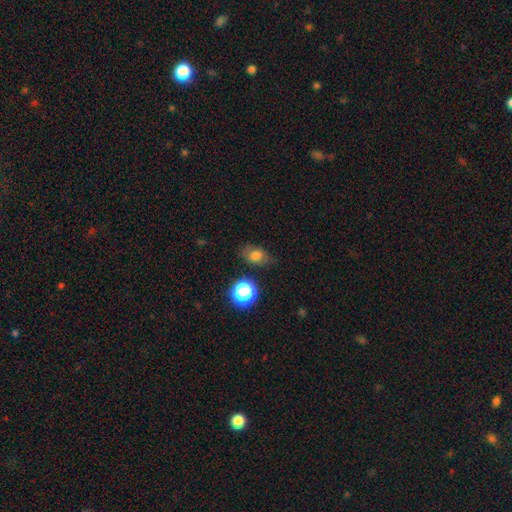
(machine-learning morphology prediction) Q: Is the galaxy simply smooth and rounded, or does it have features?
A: smooth — 72%.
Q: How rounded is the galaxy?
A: in between — 68%.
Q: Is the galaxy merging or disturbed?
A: none — 69%.